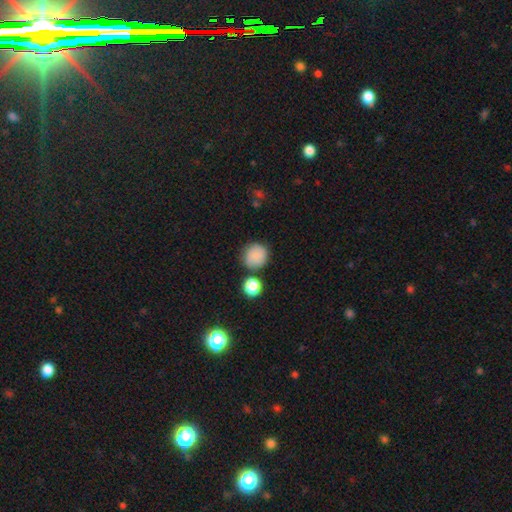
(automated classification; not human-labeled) smooth-or-featured: smooth: 81% | featured or disk: 10% | star or artifact: 9%
  how-rounded: round: 90% | in between: 9% | cigar-shaped: 1%
  merging: none: 74% | minor disturbance: 14% | merger: 8% | major disturbance: 4%